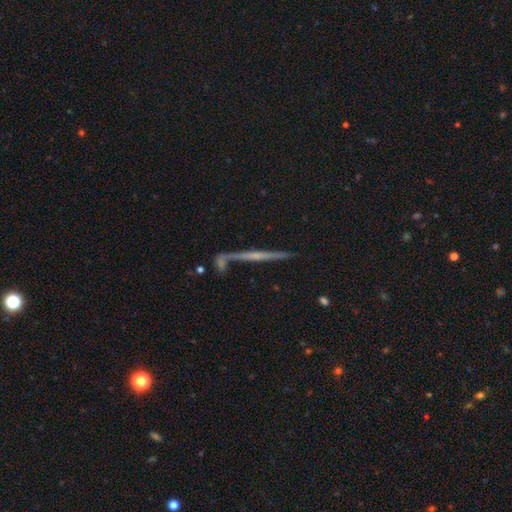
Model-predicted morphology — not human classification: This appears to be a featured or disk galaxy (72%) viewed edge-on (95%) with no central bulge (52%). Merging: none (67%).